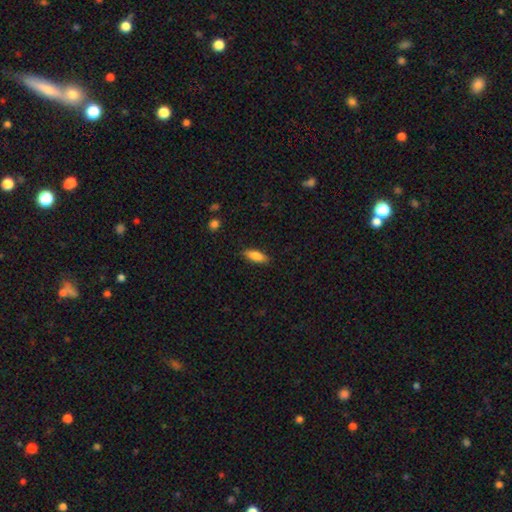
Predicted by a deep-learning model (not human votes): Smooth or featured: smooth — 84% (featured or disk — 9%)
How rounded: in between — 66% (cigar-shaped — 32%)
Merging: none — 85% (minor disturbance — 11%)